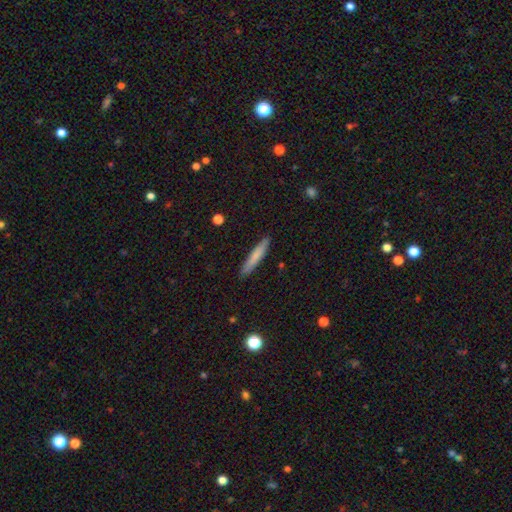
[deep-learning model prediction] A smooth galaxy with no disk features (73%) that is cigar-shaped (93%). Merging: none (89%).